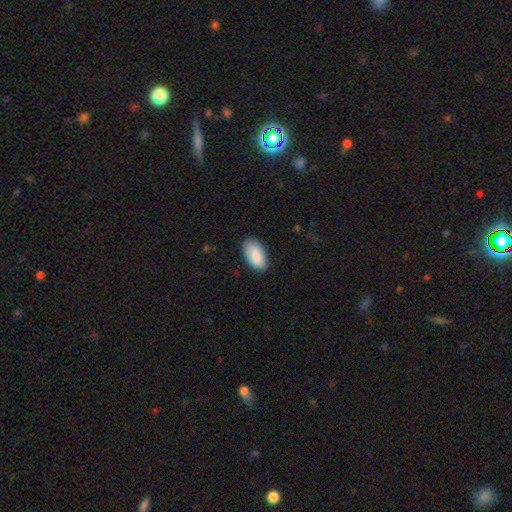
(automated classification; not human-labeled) Q: Smooth or featured?
A: smooth (89%); runner-up: star or artifact (6%)
Q: How rounded?
A: in between (95%); runner-up: round (3%)
Q: Merging?
A: none (80%); runner-up: minor disturbance (16%)